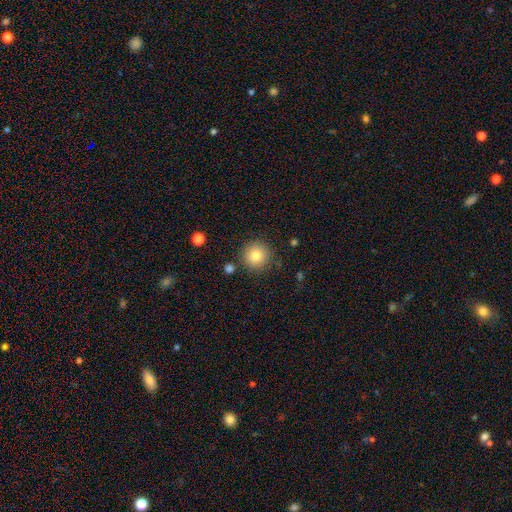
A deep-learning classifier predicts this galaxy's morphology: smooth-or-featured: smooth: 81% | star or artifact: 11% | featured or disk: 8%
  how-rounded: round: 95% | in between: 4% | cigar-shaped: 1%
  merging: none: 86% | minor disturbance: 8% | merger: 3% | major disturbance: 3%